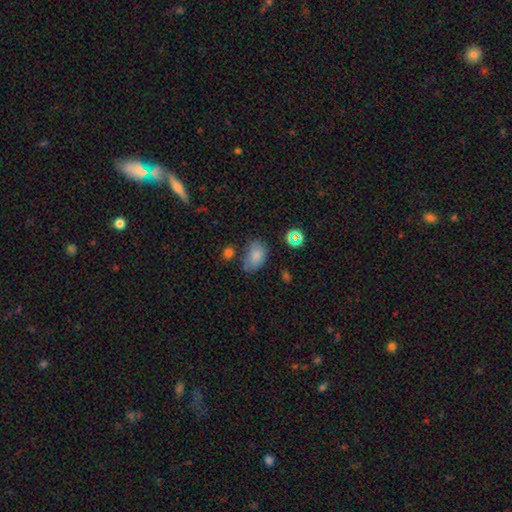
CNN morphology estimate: Smooth or featured: smooth — 80% (star or artifact — 12%)
How rounded: in between — 83% (round — 16%)
Merging: none — 61% (minor disturbance — 25%)